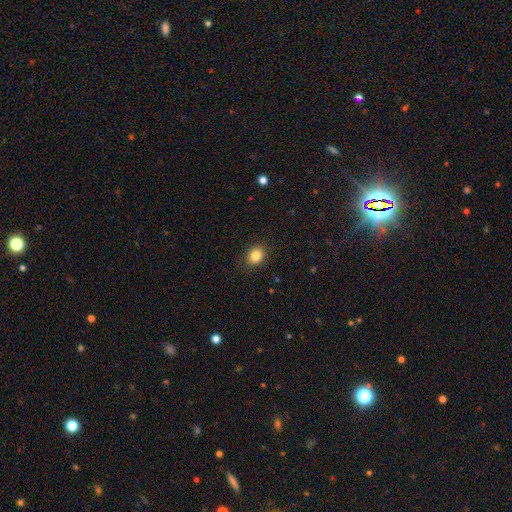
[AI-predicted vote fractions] Q: Smooth or featured?
A: smooth (84%); runner-up: star or artifact (10%)
Q: How rounded?
A: round (59%); runner-up: in between (40%)
Q: Merging?
A: none (87%); runner-up: minor disturbance (10%)